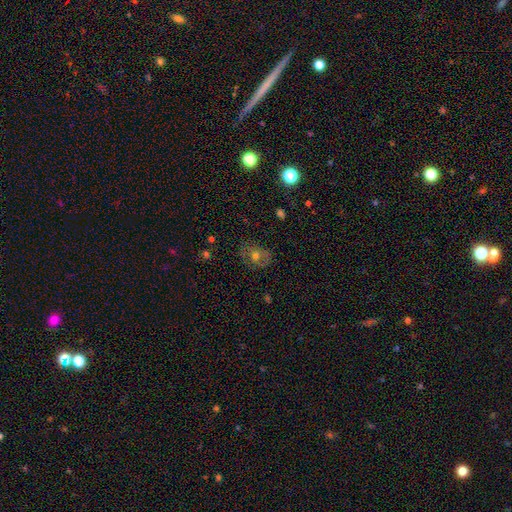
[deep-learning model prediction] A smooth galaxy with no disk features (52%) that is round (51%). Merging: none (69%).